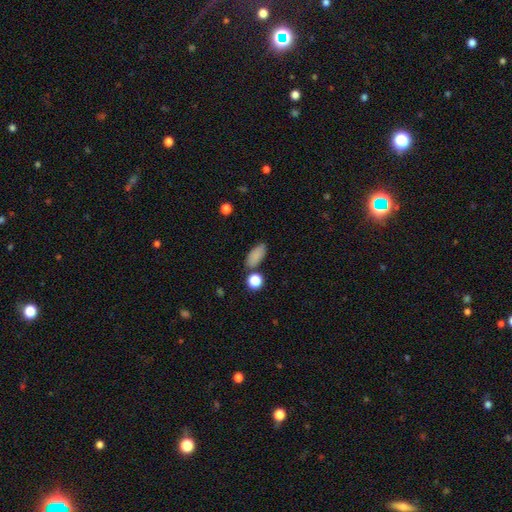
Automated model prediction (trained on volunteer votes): Smooth or featured?
  - smooth: 85% *
  - star or artifact: 9%
  - featured or disk: 6%
How rounded?
  - in between: 83% *
  - cigar-shaped: 12%
  - round: 5%
Merging?
  - none: 77% *
  - minor disturbance: 12%
  - merger: 8%
  - major disturbance: 3%